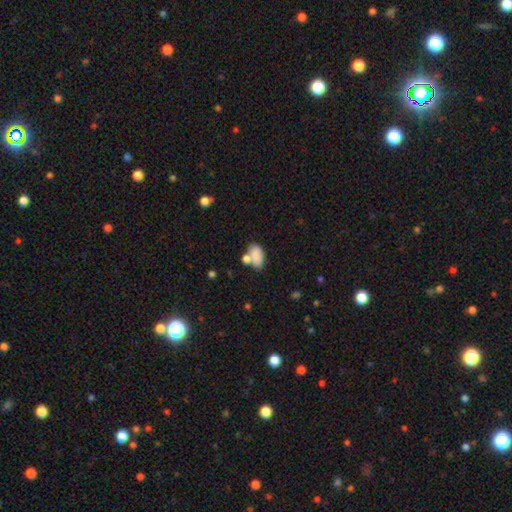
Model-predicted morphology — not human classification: Q: Smooth or featured?
A: smooth (82%); runner-up: featured or disk (10%)
Q: How rounded?
A: in between (90%); runner-up: round (7%)
Q: Merging?
A: none (46%); runner-up: merger (33%)